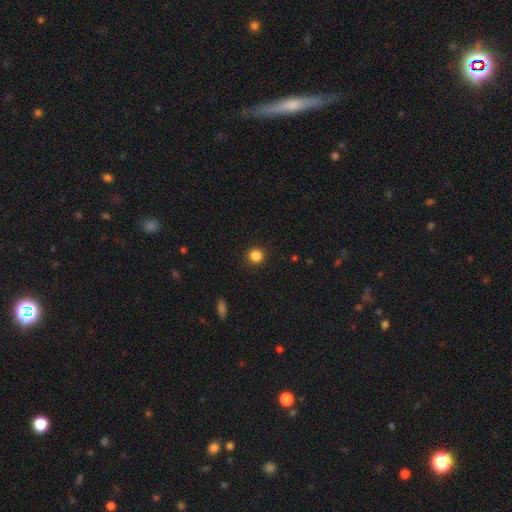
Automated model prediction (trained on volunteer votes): smooth_or_featured: smooth (p=0.86) [alt: star or artifact p=0.11]
how_rounded: round (p=0.94) [alt: in between p=0.05]
merging: none (p=0.93) [alt: minor disturbance p=0.05]